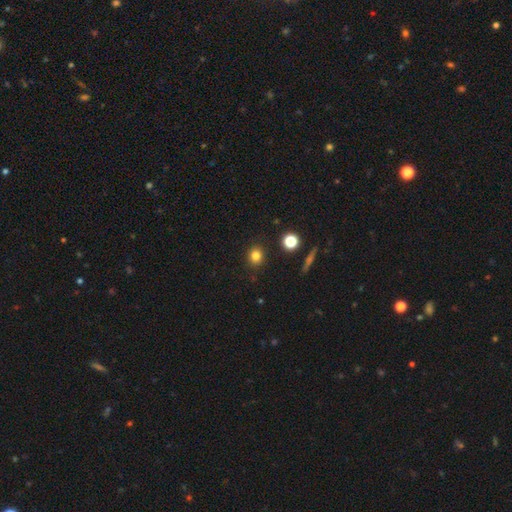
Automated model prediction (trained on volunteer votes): smooth-or-featured: smooth: 81% | star or artifact: 13% | featured or disk: 6%
  how-rounded: round: 78% | in between: 21% | cigar-shaped: 1%
  merging: none: 89% | minor disturbance: 7% | major disturbance: 2% | merger: 2%